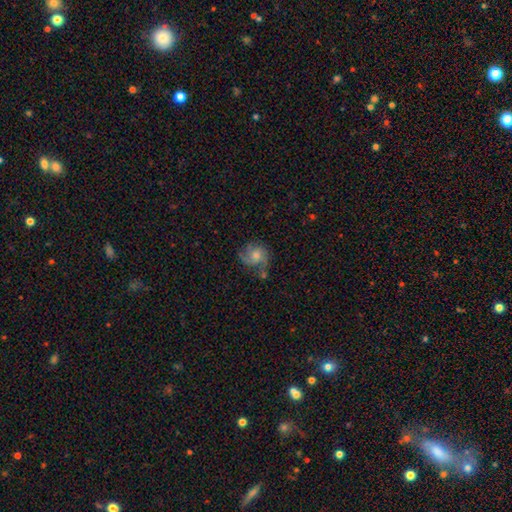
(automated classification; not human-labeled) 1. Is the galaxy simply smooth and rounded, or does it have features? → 61% featured or disk, 30% smooth, 9% star or artifact.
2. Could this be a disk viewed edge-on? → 98% no, 2% yes.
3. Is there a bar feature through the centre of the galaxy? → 77% no, 20% weak, 3% strong.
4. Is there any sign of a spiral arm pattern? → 91% yes, 9% no.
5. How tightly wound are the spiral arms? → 44% medium, 35% tight, 21% loose.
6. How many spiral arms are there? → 34% 2, 30% 3, 18% can't tell, 9% 1, 5% 4, 4% more than 4.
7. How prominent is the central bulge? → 51% moderate, 36% small, 7% large, 5% none, 2% dominant.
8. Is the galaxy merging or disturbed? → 57% none, 24% minor disturbance, 13% major disturbance, 7% merger.